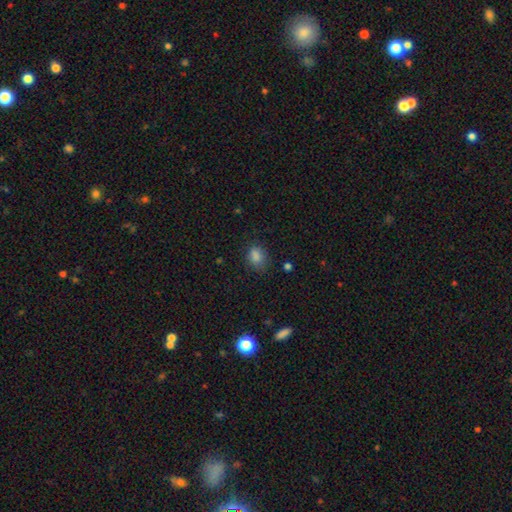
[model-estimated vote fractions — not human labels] smooth-or-featured: smooth: 82% | star or artifact: 12% | featured or disk: 5%
  how-rounded: in between: 53% | round: 46% | cigar-shaped: 1%
  merging: none: 70% | minor disturbance: 21% | major disturbance: 6% | merger: 2%